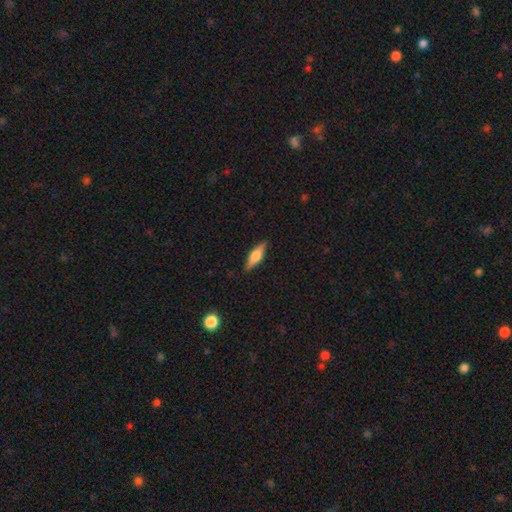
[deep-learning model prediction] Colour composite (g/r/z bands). It shows a featured or disk galaxy (56%) viewed edge-on (96%) with a rounded central bulge (86%). Merging: none (89%).